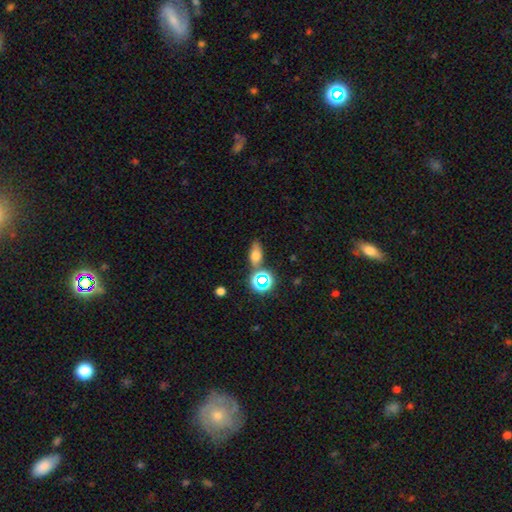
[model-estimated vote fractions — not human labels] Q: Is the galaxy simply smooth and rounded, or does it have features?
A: smooth — 64%.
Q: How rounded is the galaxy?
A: in between — 72%.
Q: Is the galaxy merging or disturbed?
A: none — 71%.